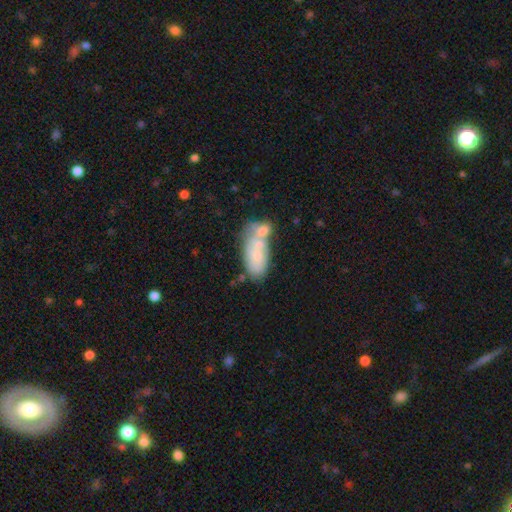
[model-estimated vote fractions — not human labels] The model was most divided on "merging": merger: 48%, none: 30%, minor disturbance: 15%, major disturbance: 7%. More confident: how rounded — in between (87%); smooth or featured — smooth (63%).